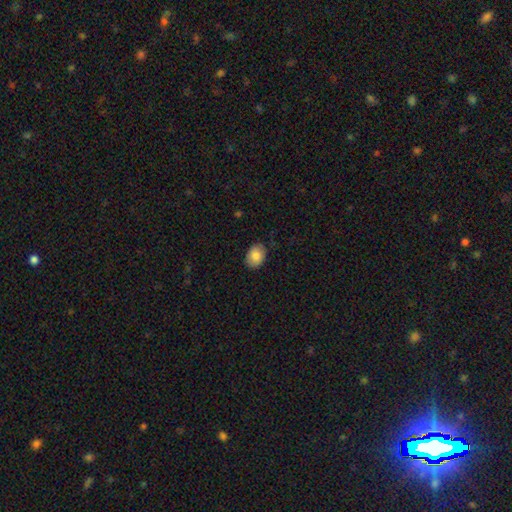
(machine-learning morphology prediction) This is clearly a smooth galaxy (85%). How rounded: likely in between (75%). Merging: clearly none (84%).